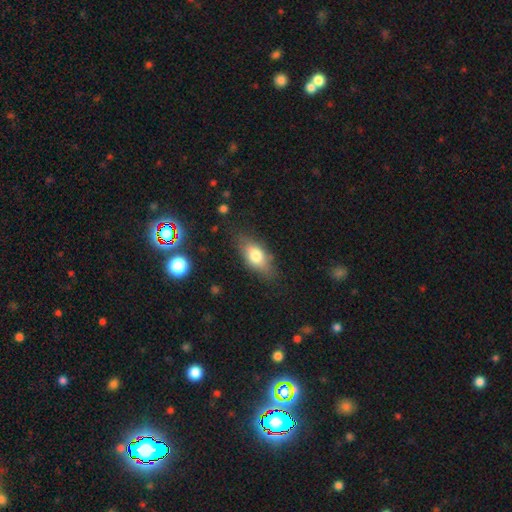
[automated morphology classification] The model was most divided on "smooth or featured": smooth: 72%, featured or disk: 20%, star or artifact: 8%. More confident: how rounded — in between (81%); merging — none (76%).